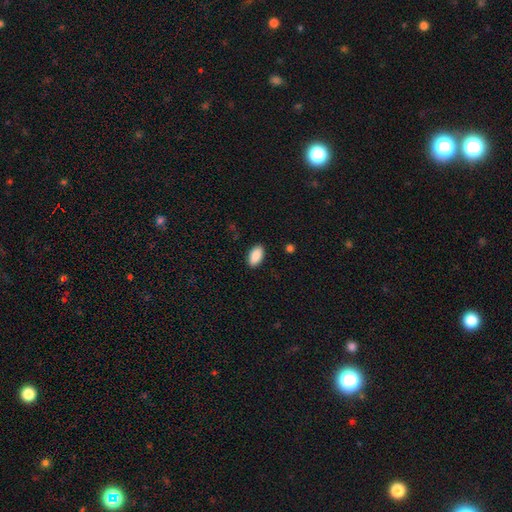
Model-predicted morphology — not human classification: Q: Smooth or featured?
A: smooth (90%); runner-up: star or artifact (6%)
Q: How rounded?
A: in between (94%); runner-up: cigar-shaped (3%)
Q: Merging?
A: none (89%); runner-up: minor disturbance (8%)